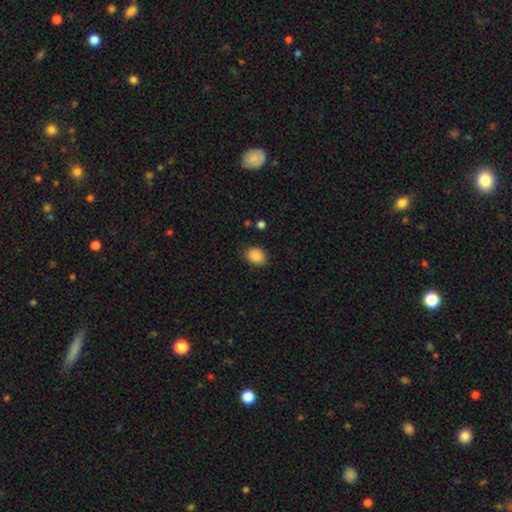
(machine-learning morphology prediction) smooth 88%, star or artifact 8%, featured or disk 3%. Down the decision tree: how rounded — in between (58%); merging — none (85%).